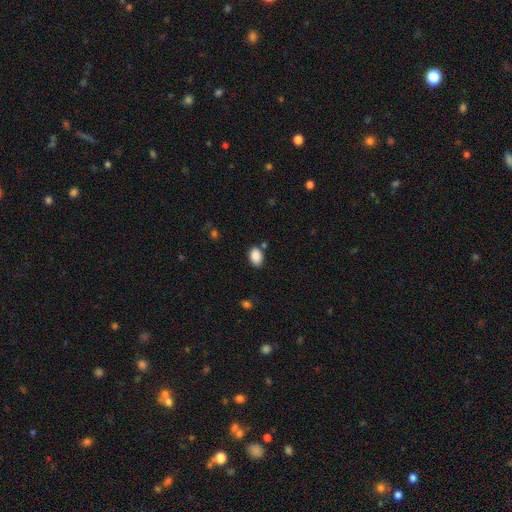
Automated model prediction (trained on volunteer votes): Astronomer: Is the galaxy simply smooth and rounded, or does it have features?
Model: smooth — 88%.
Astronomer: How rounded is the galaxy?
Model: in between — 80%.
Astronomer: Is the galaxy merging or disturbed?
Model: none — 78%.